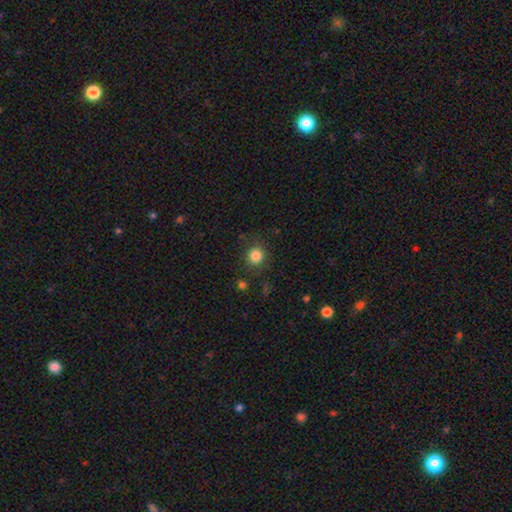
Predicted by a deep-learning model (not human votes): This is clearly a smooth galaxy (84%). How rounded: clearly round (89%). Merging: clearly none (84%).